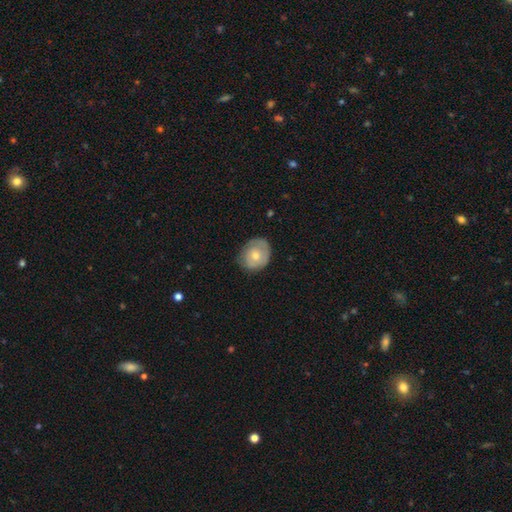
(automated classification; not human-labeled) smooth-or-featured: smooth: 57% | featured or disk: 36% | star or artifact: 6%
  how-rounded: round: 64% | in between: 35% | cigar-shaped: 1%
  merging: none: 70% | minor disturbance: 23% | major disturbance: 6% | merger: 1%